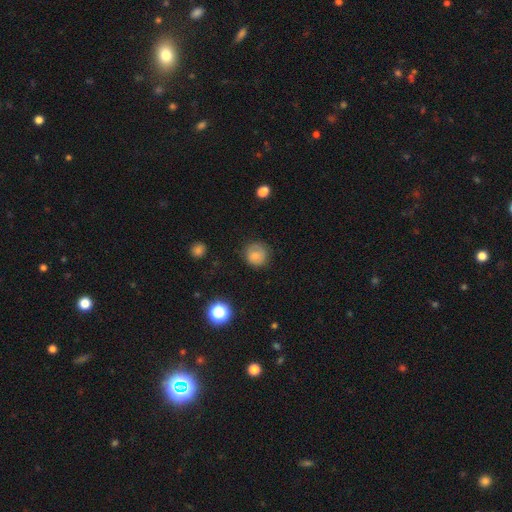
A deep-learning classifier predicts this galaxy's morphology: smooth-or-featured: smooth: 78% | featured or disk: 11% | star or artifact: 11%
  how-rounded: round: 89% | in between: 10% | cigar-shaped: 1%
  merging: none: 76% | minor disturbance: 17% | major disturbance: 6% | merger: 1%